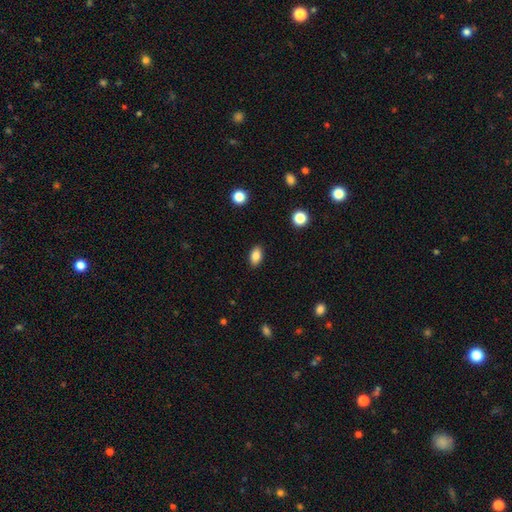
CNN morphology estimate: smooth 86%, star or artifact 8%, featured or disk 6%. Down the decision tree: how rounded — in between (90%); merging — none (89%).